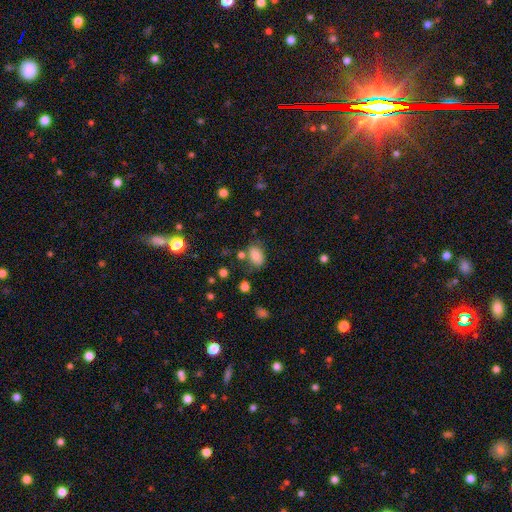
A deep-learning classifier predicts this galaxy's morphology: smooth_or_featured: smooth (p=0.79) [alt: star or artifact p=0.11]
how_rounded: in between (p=0.83) [alt: round p=0.16]
merging: none (p=0.67) [alt: minor disturbance p=0.19]